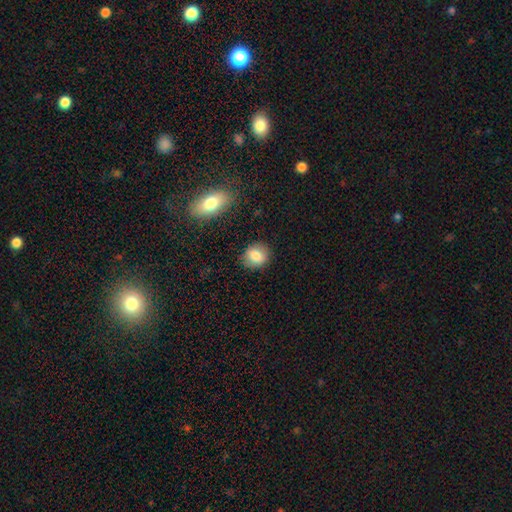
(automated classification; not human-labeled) This is clearly a smooth galaxy (83%). How rounded: likely round (70%). Merging: clearly none (87%).